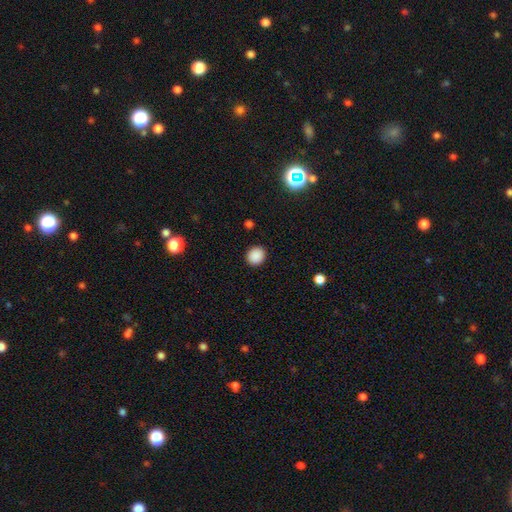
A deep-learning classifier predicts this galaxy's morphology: A smooth galaxy with no disk features (88%) that is round (76%). Merging: none (91%).